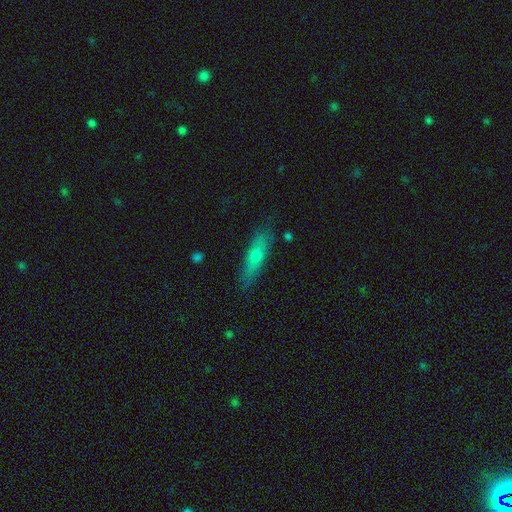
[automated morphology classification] smooth 59%, featured or disk 34%, star or artifact 7%. Down the decision tree: how rounded — cigar-shaped (74%); merging — none (82%).